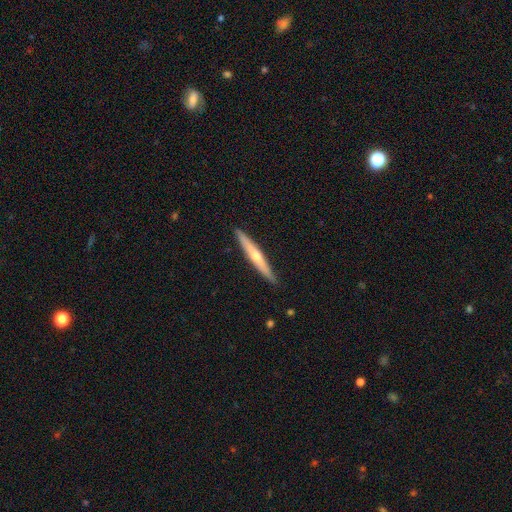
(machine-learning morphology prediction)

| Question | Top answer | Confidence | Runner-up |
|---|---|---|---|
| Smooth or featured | featured or disk | 63% | smooth (31%) |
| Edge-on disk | yes | 96% | no (4%) |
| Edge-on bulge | rounded | 82% | none (15%) |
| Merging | none | 91% | minor disturbance (7%) |